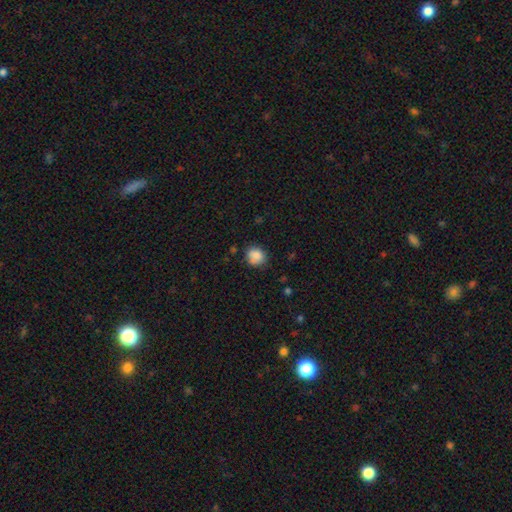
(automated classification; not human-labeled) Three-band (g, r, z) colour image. It shows a smooth galaxy with no disk features (83%) that is round (72%). Merging: none (70%).